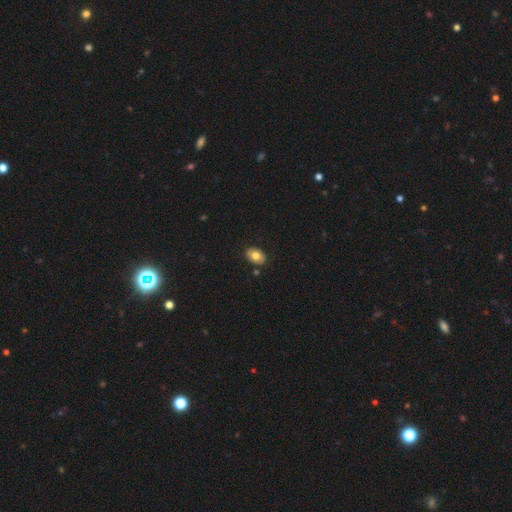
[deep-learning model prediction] smooth 77%, featured or disk 15%, star or artifact 8%. Down the decision tree: how rounded — in between (83%); merging — none (85%).